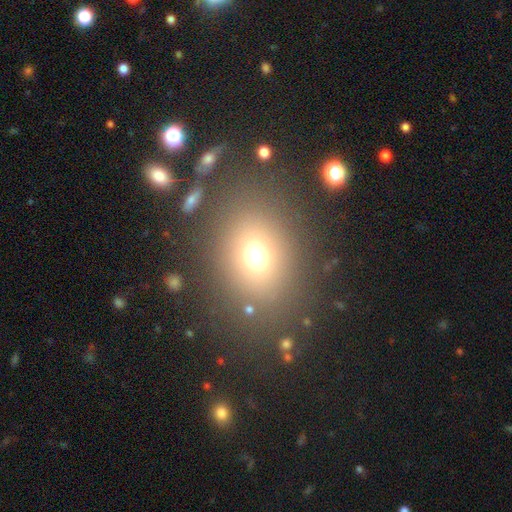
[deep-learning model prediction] Smooth or featured? smooth (69%)
How rounded? round (52%)
Merging? none (80%)